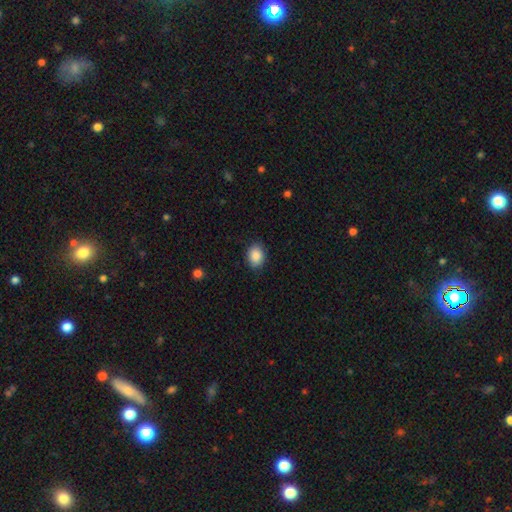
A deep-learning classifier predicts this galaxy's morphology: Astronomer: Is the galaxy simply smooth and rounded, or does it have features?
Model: smooth — 88%.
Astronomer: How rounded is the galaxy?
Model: in between — 63%.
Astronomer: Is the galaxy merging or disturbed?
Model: none — 86%.